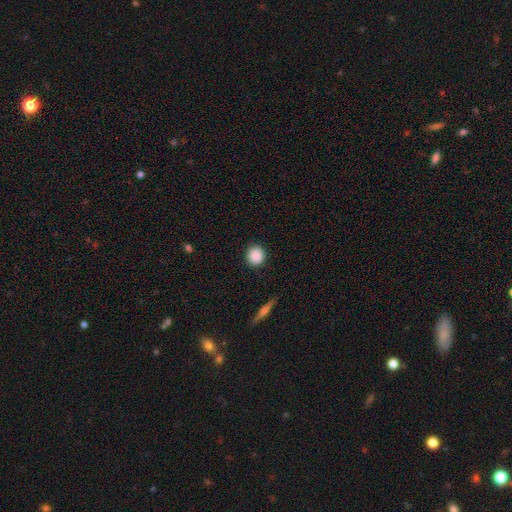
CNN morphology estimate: Smooth or featured? Predicted: smooth (p=0.88). How rounded? Predicted: round (p=0.90). Merging? Predicted: none (p=0.91).